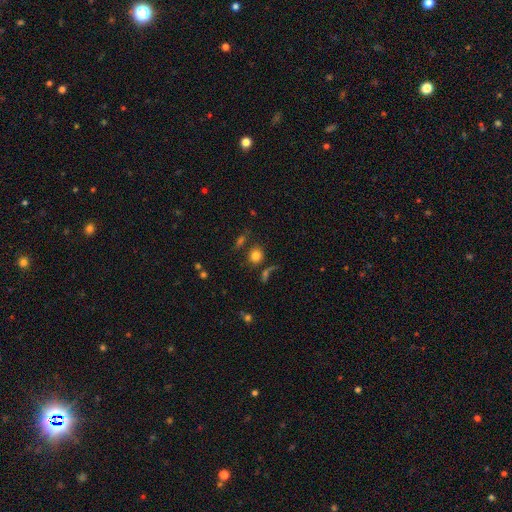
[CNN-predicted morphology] Q: Smooth or featured?
A: smooth (79%); runner-up: star or artifact (13%)
Q: How rounded?
A: round (79%); runner-up: in between (19%)
Q: Merging?
A: none (73%); runner-up: minor disturbance (11%)